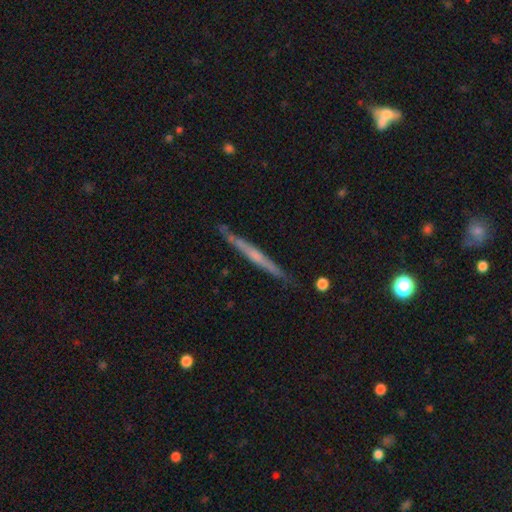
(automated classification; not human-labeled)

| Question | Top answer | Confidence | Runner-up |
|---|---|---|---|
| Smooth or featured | featured or disk | 61% | smooth (33%) |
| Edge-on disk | yes | 96% | no (4%) |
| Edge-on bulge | none | 64% | rounded (27%) |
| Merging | none | 84% | minor disturbance (12%) |